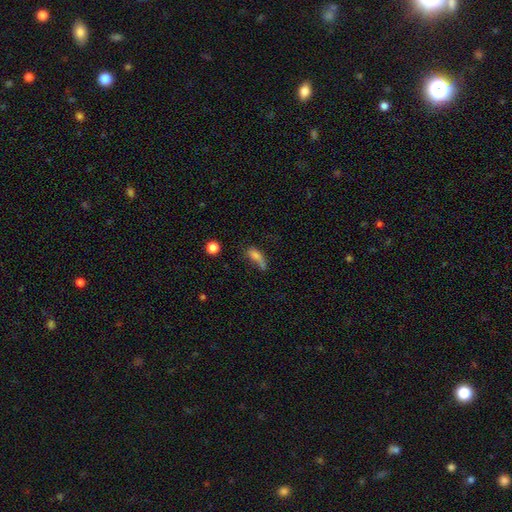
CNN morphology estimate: Q: Smooth or featured?
A: smooth (67%); runner-up: featured or disk (20%)
Q: How rounded?
A: in between (65%); runner-up: cigar-shaped (28%)
Q: Merging?
A: none (33%); runner-up: major disturbance (30%)